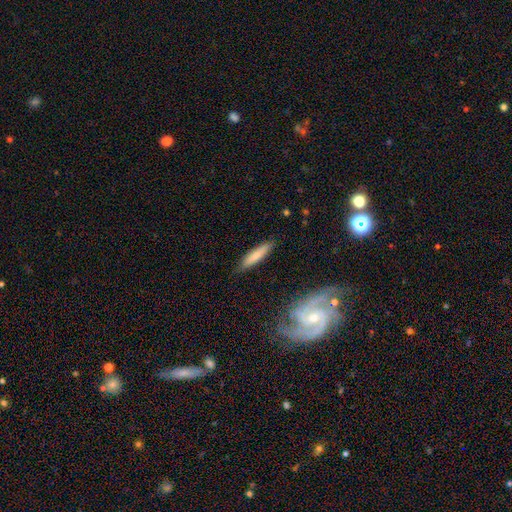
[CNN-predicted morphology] This appears to be a smooth galaxy with no disk features (77%) that is cigar-shaped (82%). Merging: none (85%).